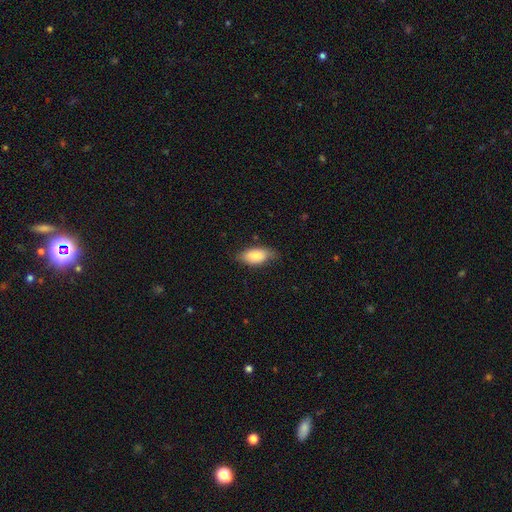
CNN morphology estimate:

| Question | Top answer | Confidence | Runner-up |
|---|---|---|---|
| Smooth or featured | smooth | 81% | featured or disk (13%) |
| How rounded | in between | 91% | cigar-shaped (6%) |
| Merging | none | 69% | minor disturbance (25%) |